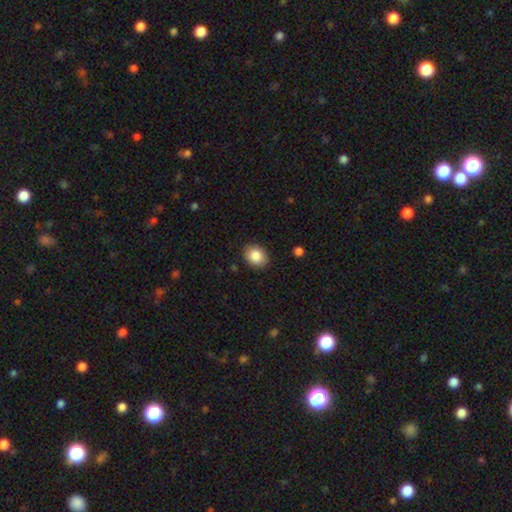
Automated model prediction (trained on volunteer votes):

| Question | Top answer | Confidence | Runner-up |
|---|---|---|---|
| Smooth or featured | smooth | 86% | star or artifact (8%) |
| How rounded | in between | 61% | round (38%) |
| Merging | none | 88% | minor disturbance (9%) |